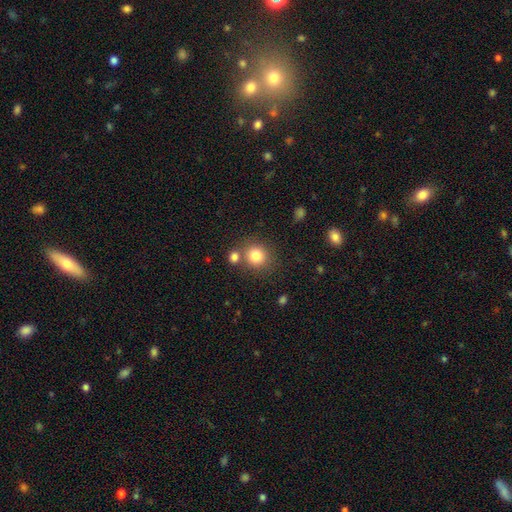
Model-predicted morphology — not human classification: This appears to be a smooth galaxy with no disk features (81%) that is round (87%). Merging: none (69%).